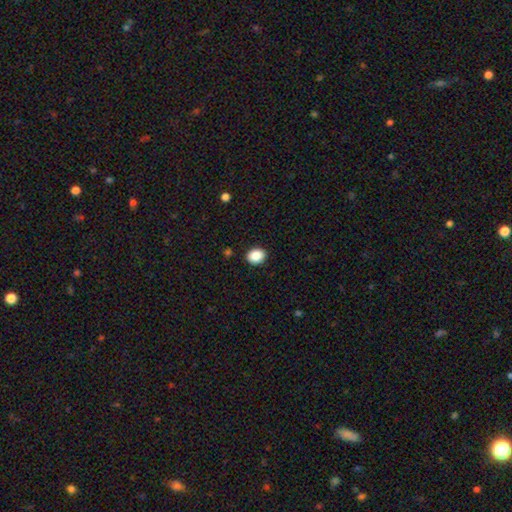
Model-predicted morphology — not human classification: smooth-or-featured: smooth: 87% | star or artifact: 9% | featured or disk: 4%
  how-rounded: round: 55% | in between: 44% | cigar-shaped: 1%
  merging: none: 91% | minor disturbance: 6% | major disturbance: 2% | merger: 1%